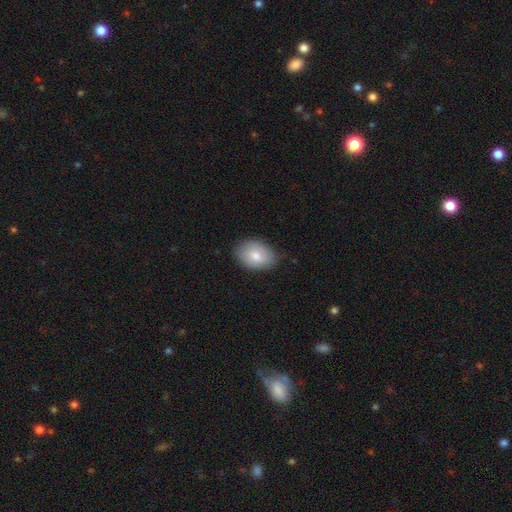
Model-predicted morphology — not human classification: Overall: smooth (77%). How rounded: in between (87%). Merging: none (80%).